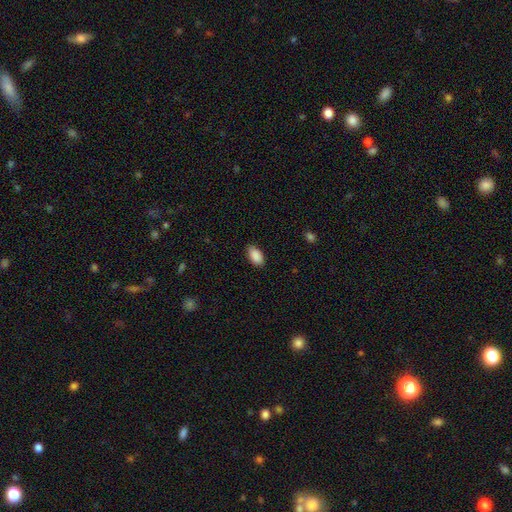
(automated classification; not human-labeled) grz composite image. It shows a smooth galaxy with no disk features (90%) that is in between round and cigar-shaped (94%). Merging: none (85%).